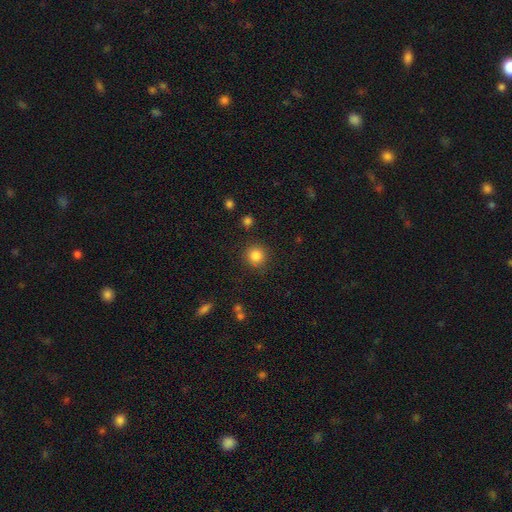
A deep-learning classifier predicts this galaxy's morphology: Q: Smooth or featured?
A: smooth (84%); runner-up: star or artifact (11%)
Q: How rounded?
A: round (93%); runner-up: in between (6%)
Q: Merging?
A: none (88%); runner-up: minor disturbance (7%)